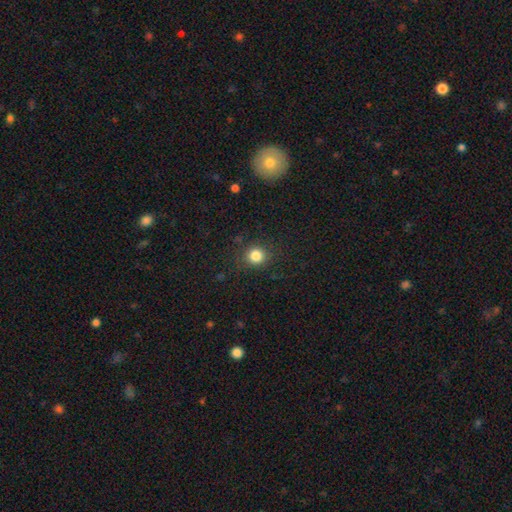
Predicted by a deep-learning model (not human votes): smooth_or_featured: smooth (p=0.83) [alt: star or artifact p=0.12]
how_rounded: round (p=0.88) [alt: in between p=0.11]
merging: none (p=0.86) [alt: minor disturbance p=0.09]